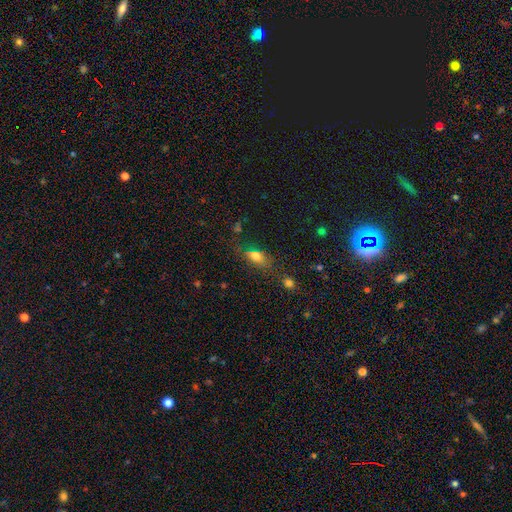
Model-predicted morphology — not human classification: smooth 76%, featured or disk 12%, star or artifact 12%. Down the decision tree: how rounded — in between (80%); merging — none (56%).